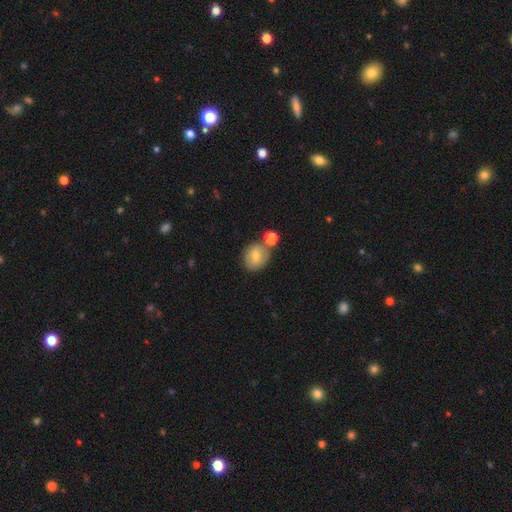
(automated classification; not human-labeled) This appears to be a smooth galaxy with no disk features (71%) that is round (65%). Merging: none (58%).